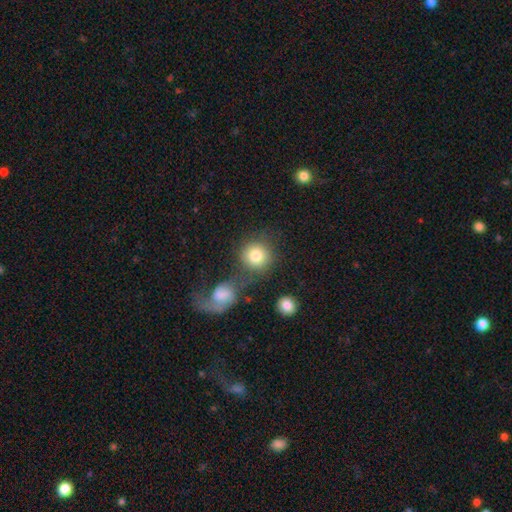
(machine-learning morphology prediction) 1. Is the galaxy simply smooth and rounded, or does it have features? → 82% smooth, 10% featured or disk, 8% star or artifact.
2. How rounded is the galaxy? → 89% round, 10% in between, 1% cigar-shaped.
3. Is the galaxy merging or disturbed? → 59% none, 22% merger, 11% minor disturbance, 7% major disturbance.